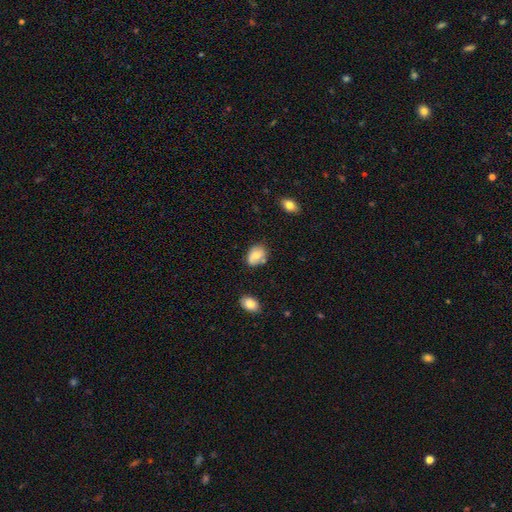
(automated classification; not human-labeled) Smooth or featured?
  - smooth: 76% *
  - featured or disk: 15%
  - star or artifact: 8%
How rounded?
  - in between: 79% *
  - round: 20%
  - cigar-shaped: 1%
Merging?
  - none: 65% *
  - minor disturbance: 23%
  - merger: 7%
  - major disturbance: 5%